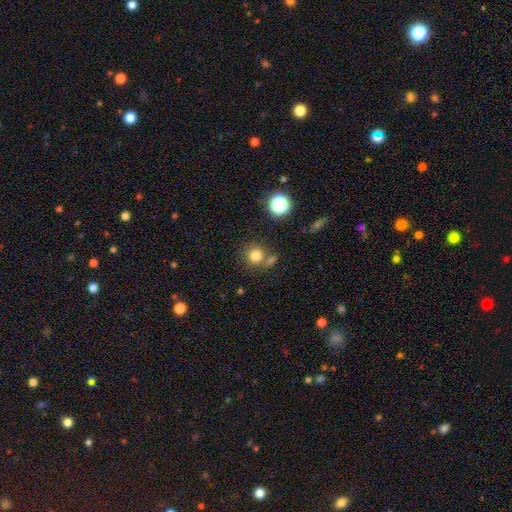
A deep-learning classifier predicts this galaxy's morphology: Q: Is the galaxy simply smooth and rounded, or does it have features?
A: smooth — 79%.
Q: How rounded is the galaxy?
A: round — 90%.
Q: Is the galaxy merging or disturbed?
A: none — 68%.